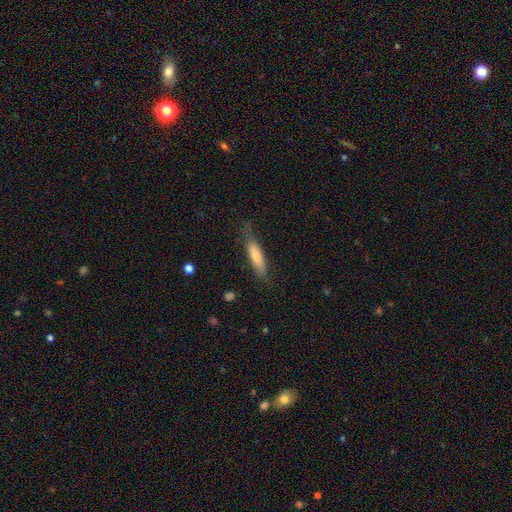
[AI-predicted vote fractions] Smooth or featured? smooth (76%)
How rounded? cigar-shaped (66%)
Merging? none (65%)